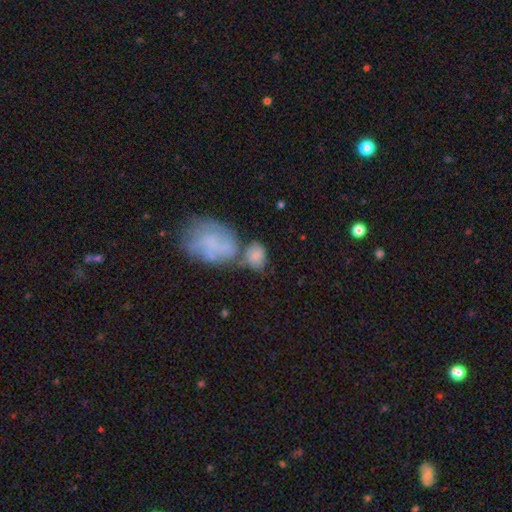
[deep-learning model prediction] The model was most divided on "merging": none: 39%, merger: 35%, minor disturbance: 17%, major disturbance: 9%. More confident: smooth or featured — smooth (69%); how rounded — in between (53%).